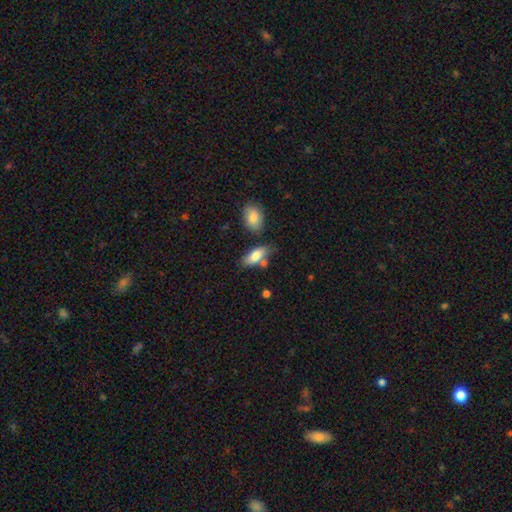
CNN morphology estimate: smooth 80%, featured or disk 13%, star or artifact 7%. Down the decision tree: how rounded — in between (82%); merging — none (59%).